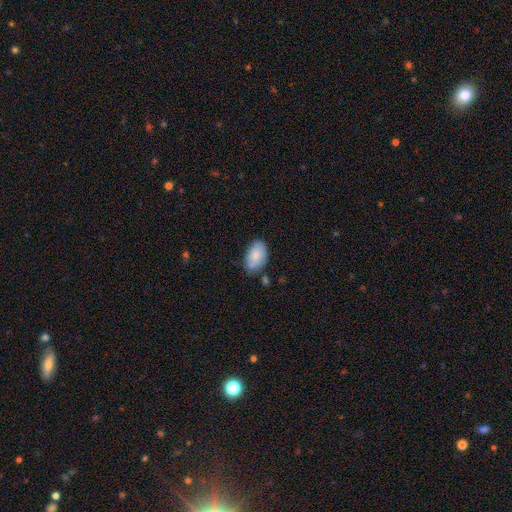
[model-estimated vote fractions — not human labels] Smooth or featured?
  - smooth: 82% *
  - featured or disk: 11%
  - star or artifact: 6%
How rounded?
  - in between: 93% *
  - round: 6%
  - cigar-shaped: 1%
Merging?
  - none: 68% *
  - minor disturbance: 23%
  - merger: 5%
  - major disturbance: 4%